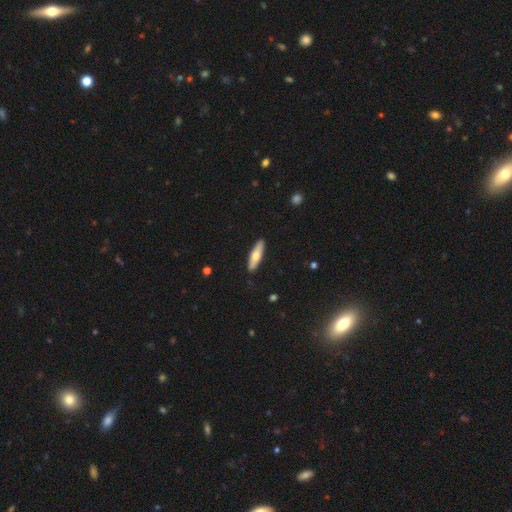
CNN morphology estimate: smooth_or_featured: smooth (p=0.59) [alt: featured or disk p=0.36]
how_rounded: cigar-shaped (p=0.69) [alt: in between p=0.29]
merging: none (p=0.90) [alt: minor disturbance p=0.07]